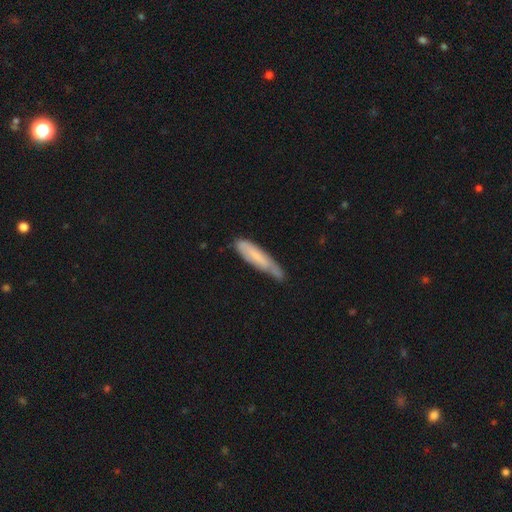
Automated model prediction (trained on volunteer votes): Smooth or featured: smooth — 61% (featured or disk — 32%)
How rounded: cigar-shaped — 79% (in between — 19%)
Merging: none — 50% (minor disturbance — 37%)